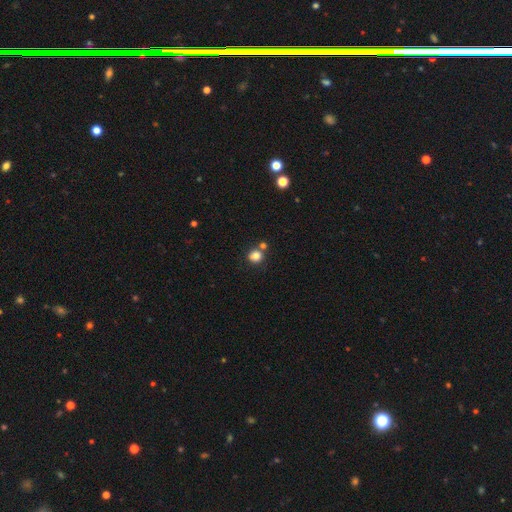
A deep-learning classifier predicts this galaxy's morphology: smooth_or_featured: smooth (p=0.82) [alt: star or artifact p=0.12]
how_rounded: round (p=0.84) [alt: in between p=0.15]
merging: none (p=0.65) [alt: merger p=0.22]